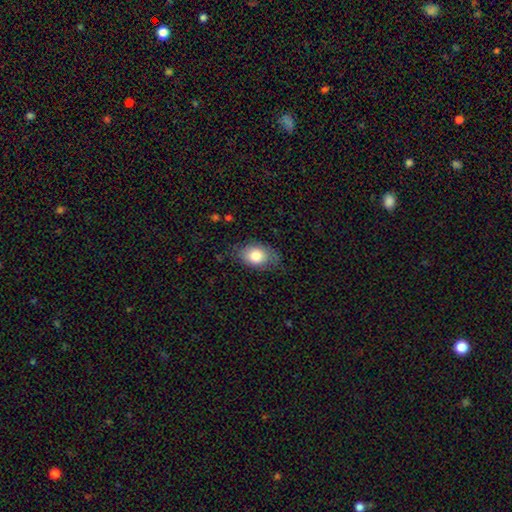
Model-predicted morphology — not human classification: The model was most divided on "merging": none: 68%, minor disturbance: 24%, major disturbance: 7%, merger: 1%. More confident: how rounded — in between (83%); smooth or featured — smooth (80%).